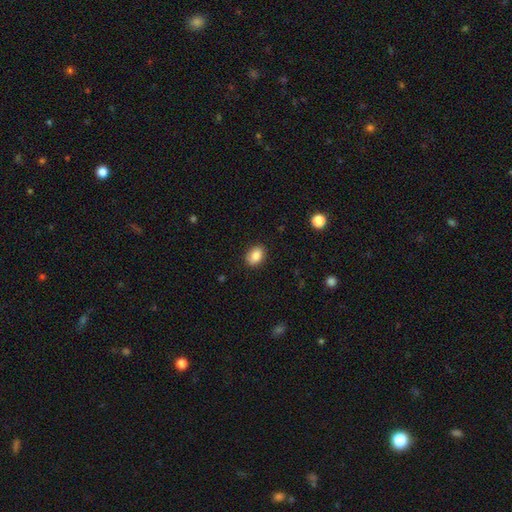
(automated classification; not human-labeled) This appears to be a smooth galaxy with no disk features (86%) that is in between round and cigar-shaped (77%). Merging: none (86%).